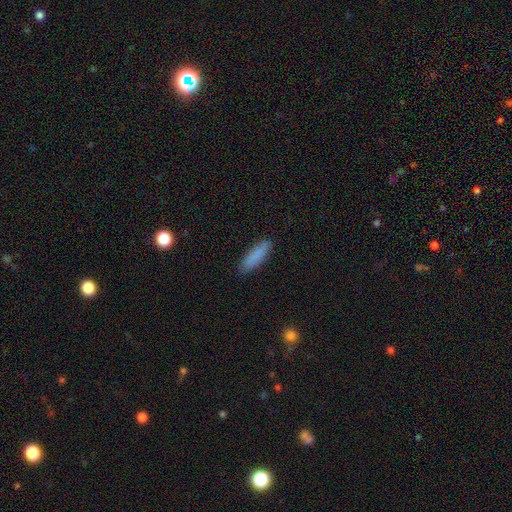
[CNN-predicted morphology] This appears to be a smooth galaxy with no disk features (86%) that is cigar-shaped (68%). Merging: none (87%).